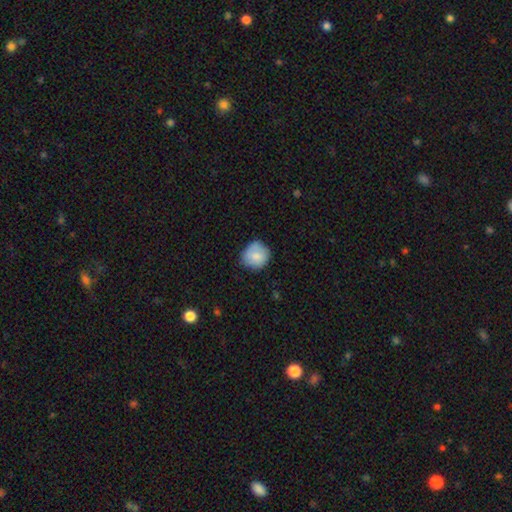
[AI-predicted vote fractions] This is clearly a smooth galaxy (80%). How rounded: clearly round (86%). Merging: likely none (72%).